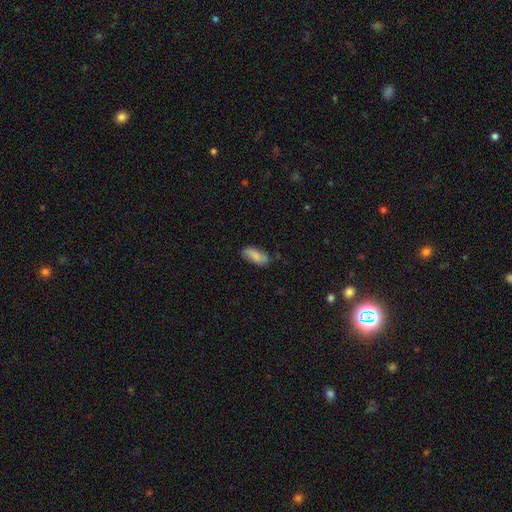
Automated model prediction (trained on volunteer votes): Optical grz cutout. It shows a smooth galaxy with no disk features (78%) that is in between round and cigar-shaped (82%). Merging: none (73%).